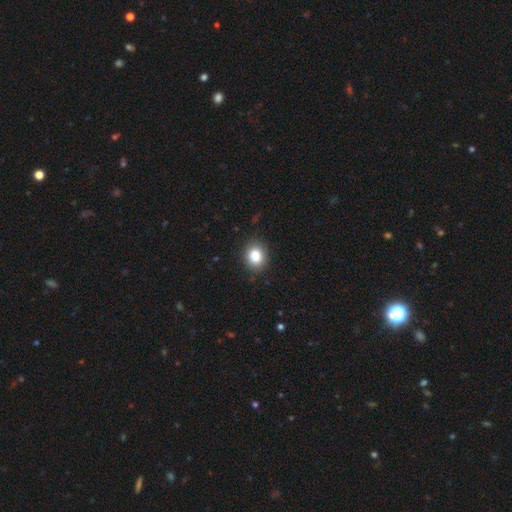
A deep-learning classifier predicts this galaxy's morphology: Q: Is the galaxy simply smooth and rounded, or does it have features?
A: smooth — 85%.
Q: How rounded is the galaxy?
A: round — 56%.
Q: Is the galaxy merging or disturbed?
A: none — 87%.